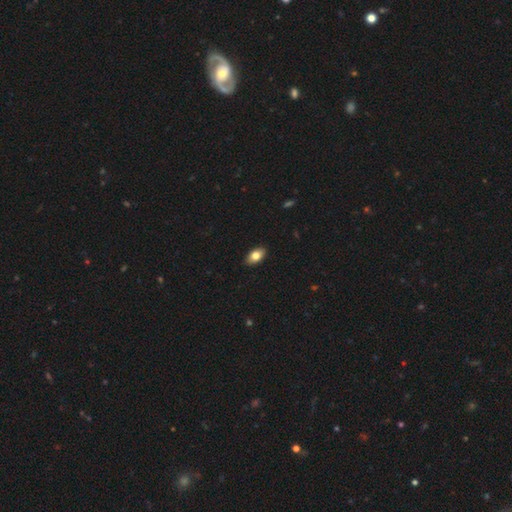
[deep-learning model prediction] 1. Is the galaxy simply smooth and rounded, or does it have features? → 80% smooth, 13% featured or disk, 7% star or artifact.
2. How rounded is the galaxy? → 91% in between, 6% round, 3% cigar-shaped.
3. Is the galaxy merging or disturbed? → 90% none, 8% minor disturbance, 2% major disturbance, 1% merger.